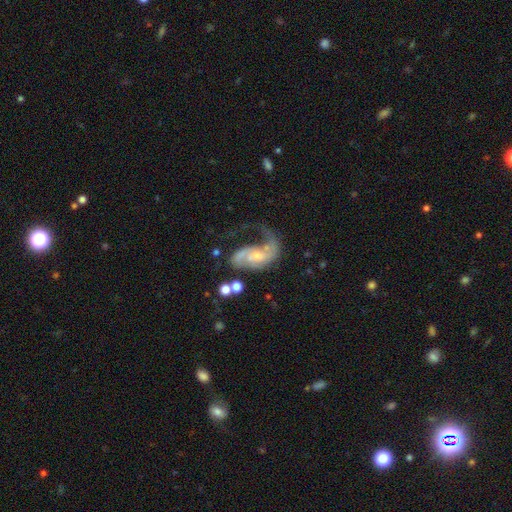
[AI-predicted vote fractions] The model was most divided on "spiral winding": loose: 49%, medium: 37%, tight: 14%. Remaining: edge-on disk — no (96%); spiral arms — yes (91%); smooth or featured — featured or disk (79%); spiral arm count — 2 (58%); bulge size — small (54%); bar — no (52%); merging — major disturbance (42%).